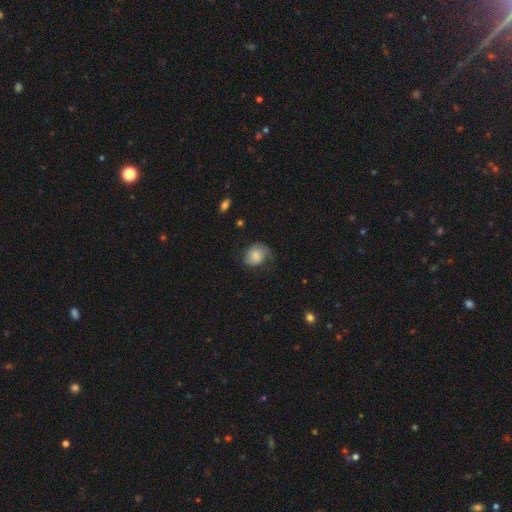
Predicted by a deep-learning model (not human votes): smooth-or-featured: smooth: 56% | featured or disk: 36% | star or artifact: 8%
  how-rounded: round: 57% | in between: 42% | cigar-shaped: 1%
  merging: none: 48% | minor disturbance: 31% | major disturbance: 20% | merger: 2%